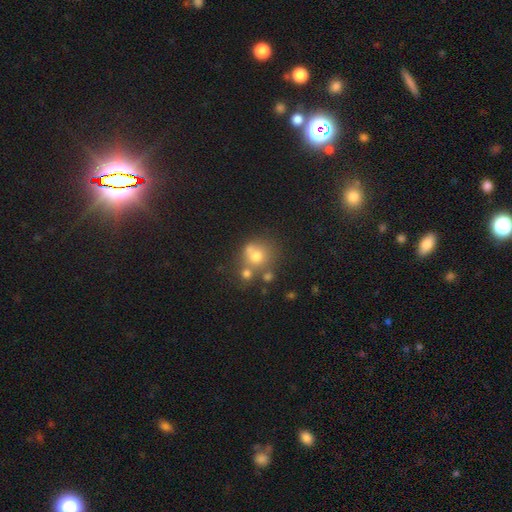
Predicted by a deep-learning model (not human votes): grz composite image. It shows a smooth galaxy with no disk features (69%) that is round (82%). Merging: none (44%).